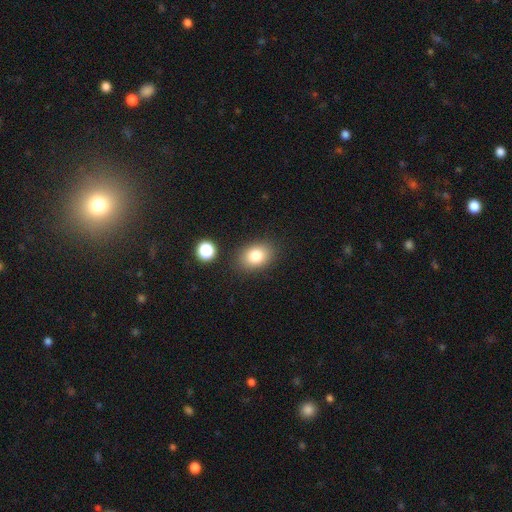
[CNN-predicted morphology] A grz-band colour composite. It shows a smooth galaxy with no disk features (81%) that is in between round and cigar-shaped (74%). Merging: none (84%).